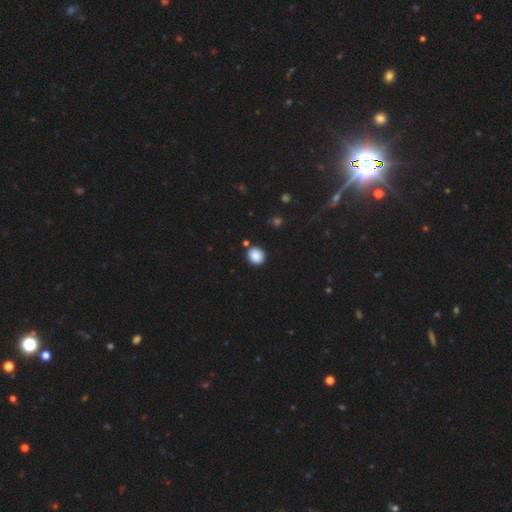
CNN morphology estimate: This is clearly a smooth galaxy (87%). How rounded: clearly round (85%). Merging: clearly none (87%).